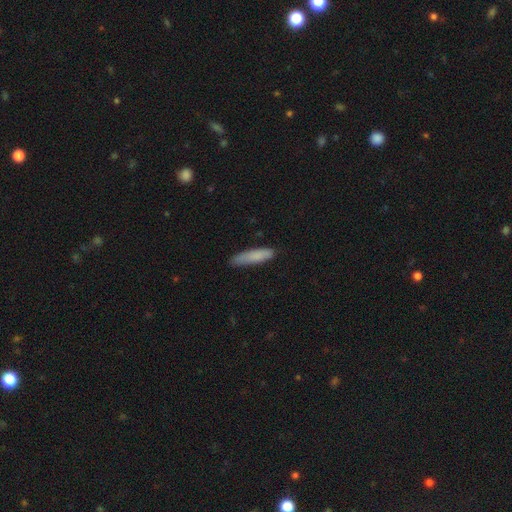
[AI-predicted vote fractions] A smooth galaxy with no disk features (83%) that is cigar-shaped (80%).

Vote fractions:
- Smooth or featured? smooth: 83% / featured or disk: 11% / star or artifact: 6%
- How rounded? cigar-shaped: 80% / in between: 19% / round: 1%
- Merging? none: 76% / minor disturbance: 19% / major disturbance: 3% / merger: 1%